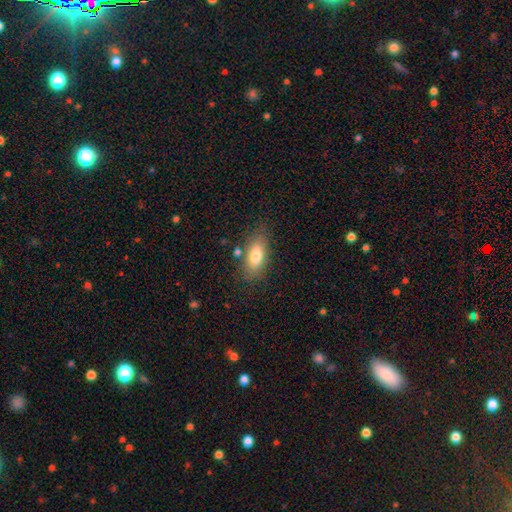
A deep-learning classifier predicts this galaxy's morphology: Smooth or featured: smooth — 77% (featured or disk — 15%)
How rounded: in between — 85% (cigar-shaped — 10%)
Merging: none — 77% (minor disturbance — 14%)